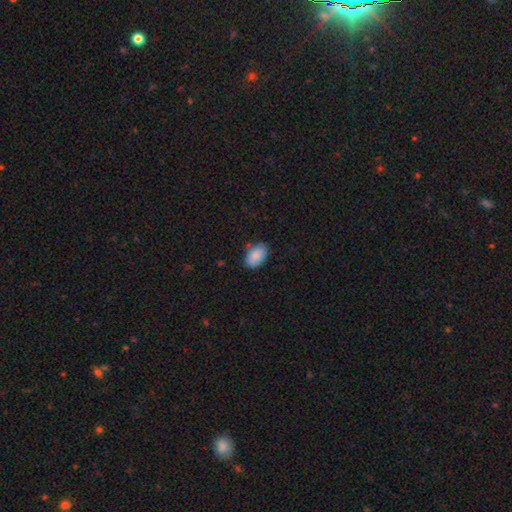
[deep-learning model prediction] Q: Smooth or featured?
A: smooth (86%); runner-up: featured or disk (8%)
Q: How rounded?
A: in between (92%); runner-up: round (7%)
Q: Merging?
A: none (83%); runner-up: minor disturbance (13%)